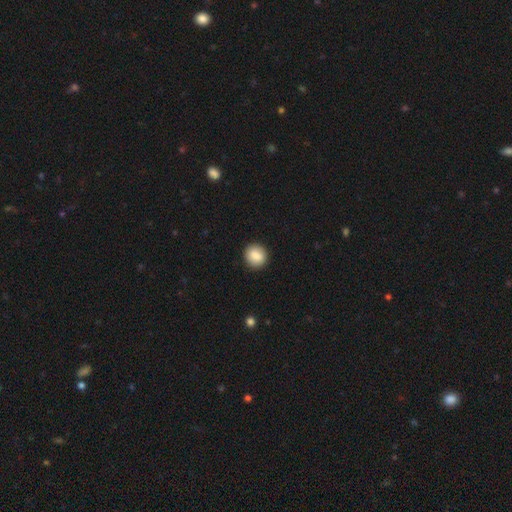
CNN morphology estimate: Smooth or featured? Predicted: smooth (p=0.87). How rounded? Predicted: round (p=0.83). Merging? Predicted: none (p=0.91).